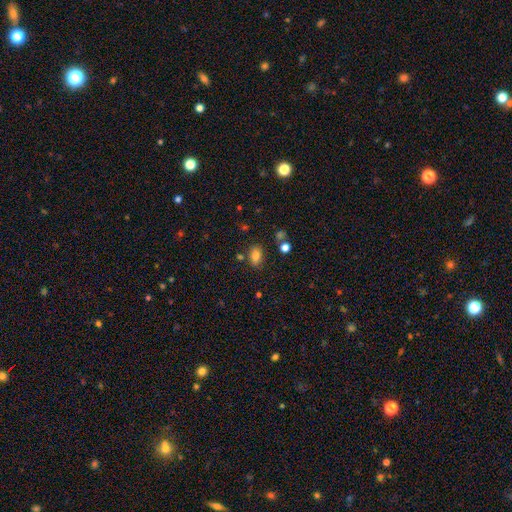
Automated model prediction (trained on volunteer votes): This appears to be a smooth galaxy with no disk features (79%) that is in between round and cigar-shaped (81%). Merging: none (78%).